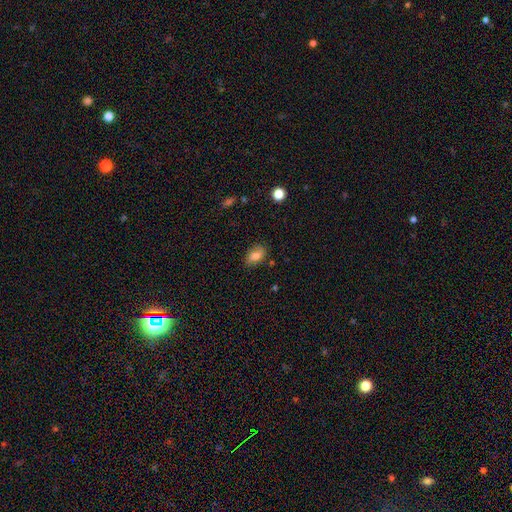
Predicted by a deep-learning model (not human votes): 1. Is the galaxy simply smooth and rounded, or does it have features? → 80% smooth, 12% featured or disk, 9% star or artifact.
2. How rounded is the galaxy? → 86% in between, 11% round, 2% cigar-shaped.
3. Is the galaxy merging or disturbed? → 79% none, 16% minor disturbance, 3% major disturbance, 2% merger.